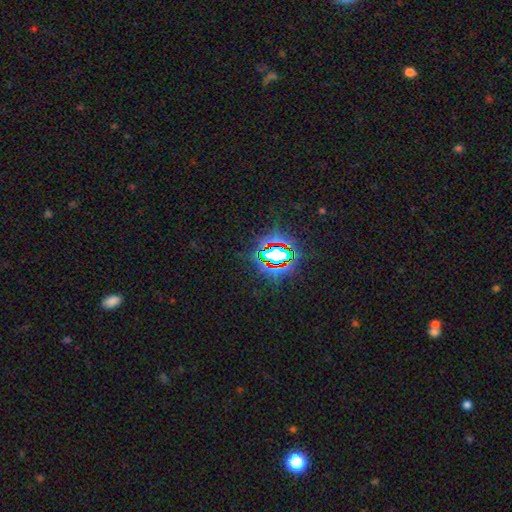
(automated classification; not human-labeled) smooth_or_featured: star or artifact (p=0.79) [alt: smooth p=0.13]